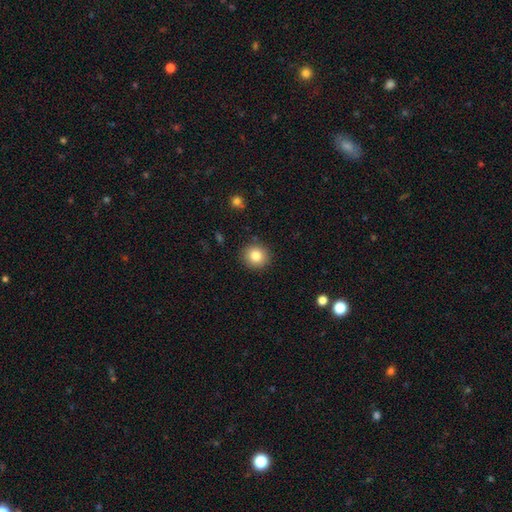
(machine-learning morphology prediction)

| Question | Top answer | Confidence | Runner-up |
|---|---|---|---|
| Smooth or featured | smooth | 82% | star or artifact (10%) |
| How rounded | round | 89% | in between (10%) |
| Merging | none | 90% | minor disturbance (7%) |